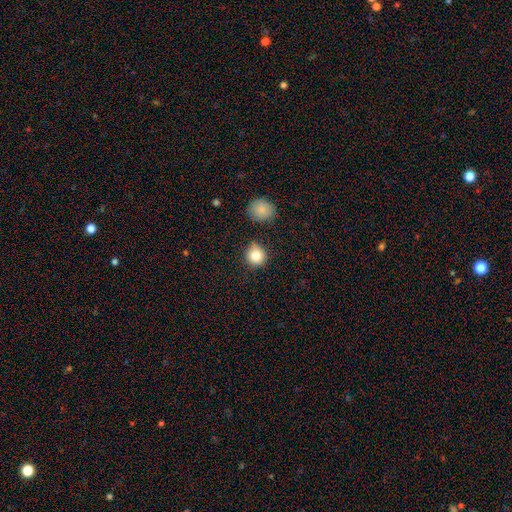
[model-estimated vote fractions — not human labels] Smooth or featured?
  - smooth: 84% *
  - star or artifact: 10%
  - featured or disk: 6%
How rounded?
  - round: 90% *
  - in between: 9%
  - cigar-shaped: 1%
Merging?
  - none: 80% *
  - minor disturbance: 13%
  - merger: 4%
  - major disturbance: 3%